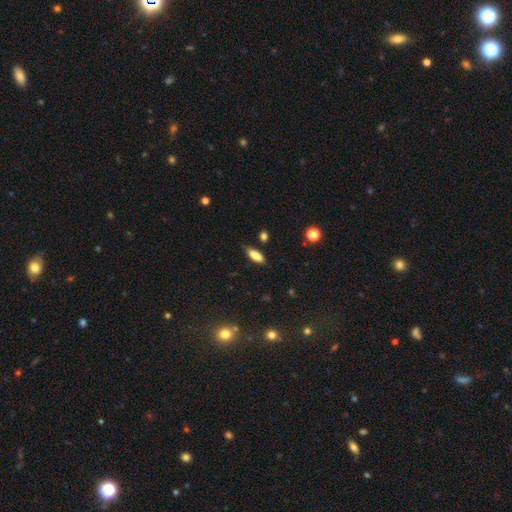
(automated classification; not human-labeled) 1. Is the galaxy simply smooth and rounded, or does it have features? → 82% smooth, 10% featured or disk, 8% star or artifact.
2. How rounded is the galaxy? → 70% in between, 27% cigar-shaped, 2% round.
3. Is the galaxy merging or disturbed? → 80% none, 15% minor disturbance, 3% major disturbance, 2% merger.